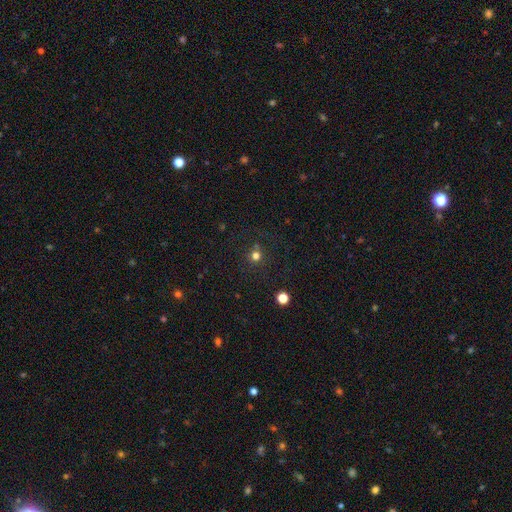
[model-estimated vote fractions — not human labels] Smooth or featured?
  - smooth: 71% *
  - star or artifact: 22%
  - featured or disk: 7%
How rounded?
  - round: 92% *
  - in between: 7%
  - cigar-shaped: 1%
Merging?
  - none: 77% *
  - merger: 9%
  - minor disturbance: 9%
  - major disturbance: 4%